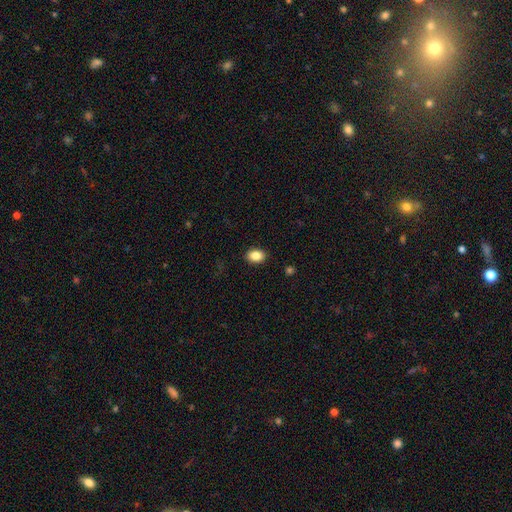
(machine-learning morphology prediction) Smooth or featured: smooth — 85% (star or artifact — 9%)
How rounded: in between — 68% (round — 31%)
Merging: none — 90% (minor disturbance — 7%)